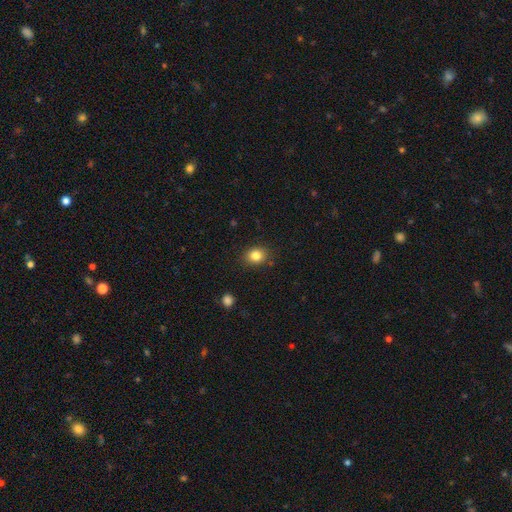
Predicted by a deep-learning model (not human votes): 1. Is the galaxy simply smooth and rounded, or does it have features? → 83% smooth, 11% star or artifact, 6% featured or disk.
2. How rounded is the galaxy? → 62% round, 37% in between, 1% cigar-shaped.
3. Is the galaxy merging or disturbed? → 86% none, 10% minor disturbance, 3% major disturbance, 2% merger.